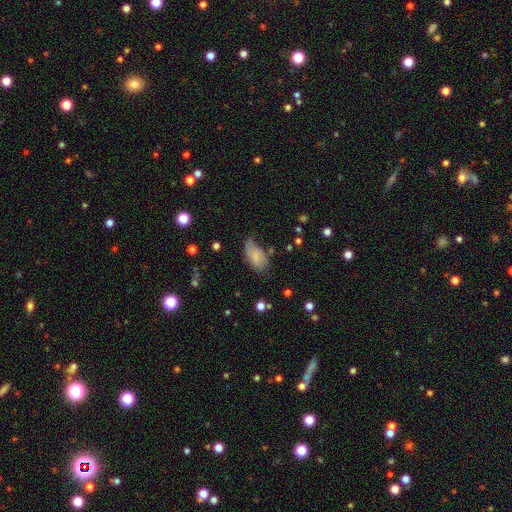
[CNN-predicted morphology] This is likely a smooth galaxy (75%). How rounded: clearly in between (93%). Merging: marginally minor disturbance (40%).